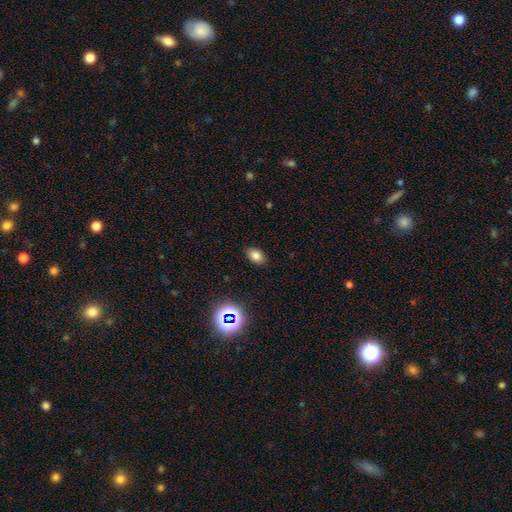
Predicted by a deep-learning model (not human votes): smooth-or-featured: smooth: 77% | star or artifact: 15% | featured or disk: 8%
  how-rounded: in between: 86% | round: 12% | cigar-shaped: 1%
  merging: none: 87% | minor disturbance: 9% | major disturbance: 2% | merger: 1%